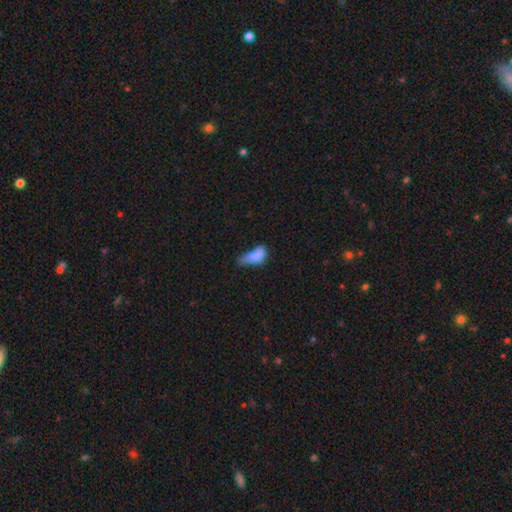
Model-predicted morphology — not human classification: This is likely a smooth galaxy (75%). How rounded: clearly in between (83%). Merging: marginally minor disturbance (37%).